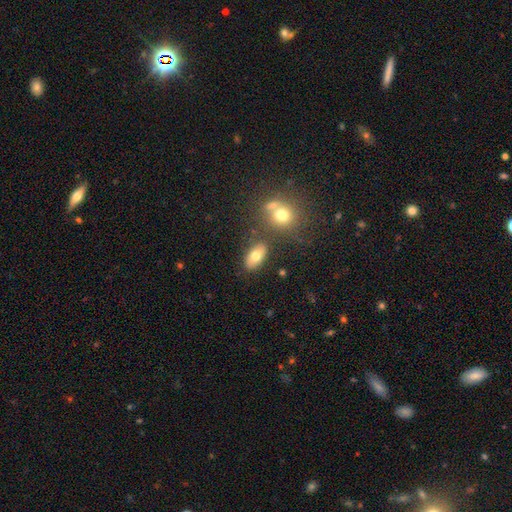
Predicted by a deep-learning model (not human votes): Smooth or featured? smooth (73%)
How rounded? in between (90%)
Merging? none (77%)